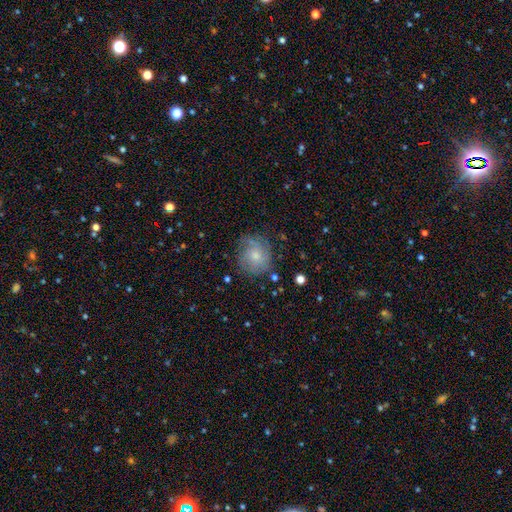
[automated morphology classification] Smooth or featured: featured or disk — 50% (smooth — 40%)
Edge-on disk: no — 97% (yes — 3%)
Merging: none — 70% (minor disturbance — 20%)